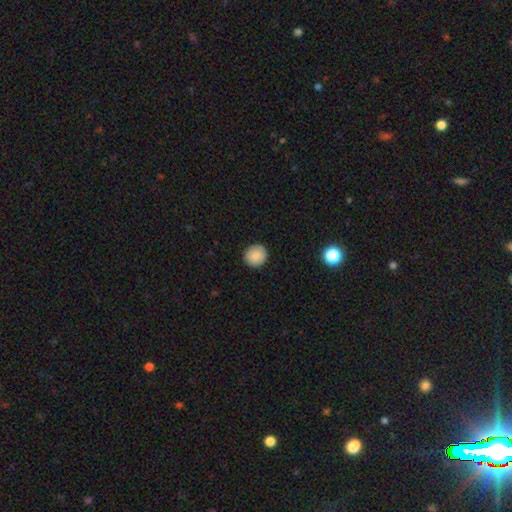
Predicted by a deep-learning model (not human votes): smooth-or-featured: smooth: 88% | star or artifact: 8% | featured or disk: 4%
  how-rounded: round: 92% | in between: 7% | cigar-shaped: 1%
  merging: none: 92% | minor disturbance: 6% | major disturbance: 2% | merger: 1%